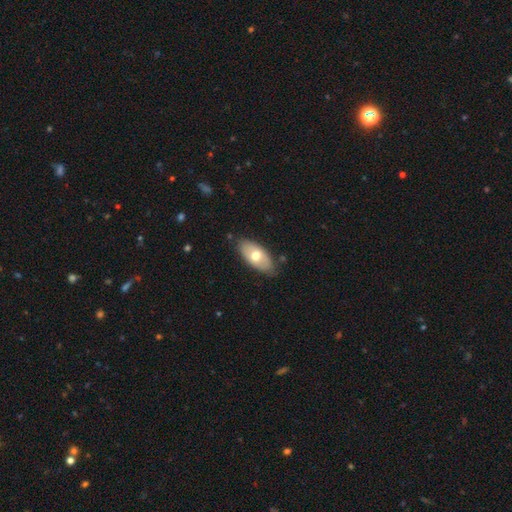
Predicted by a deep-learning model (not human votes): Morphology: type=smooth (59%); roundness=in between (91%); merging=none (79%).